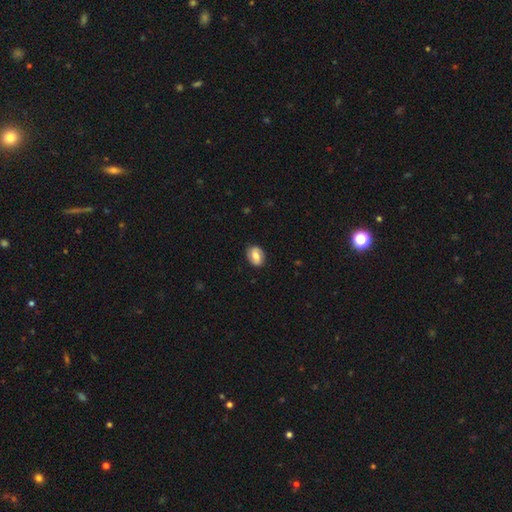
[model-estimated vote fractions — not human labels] smooth_or_featured: smooth (p=0.66) [alt: featured or disk p=0.27]
how_rounded: in between (p=0.74) [alt: round p=0.24]
merging: none (p=0.85) [alt: minor disturbance p=0.11]